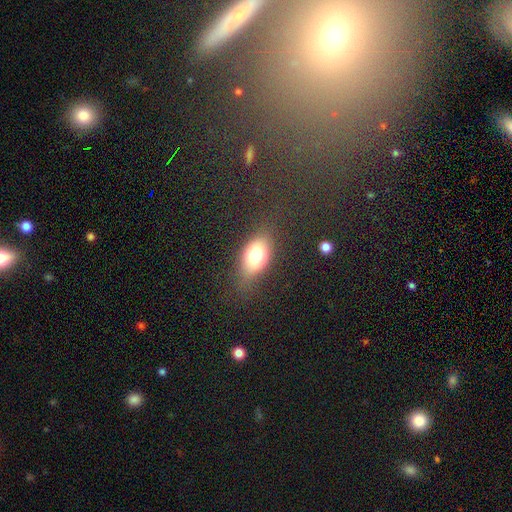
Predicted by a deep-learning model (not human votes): This is likely a smooth galaxy (75%). How rounded: clearly in between (84%). Merging: likely none (74%).